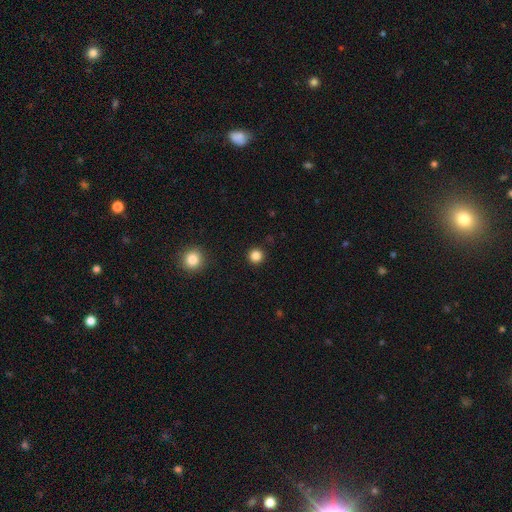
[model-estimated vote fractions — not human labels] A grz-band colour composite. It shows a smooth galaxy with no disk features (84%) that is round (96%). Merging: none (92%).